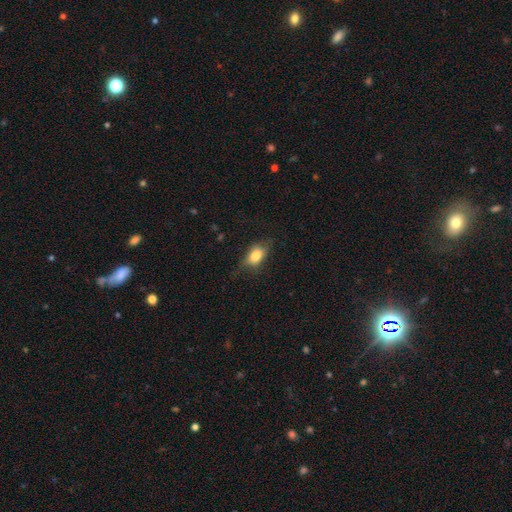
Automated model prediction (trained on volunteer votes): The model was most divided on "merging": none: 65%, minor disturbance: 24%, major disturbance: 9%, merger: 1%. More confident: how rounded — in between (81%); smooth or featured — smooth (78%).